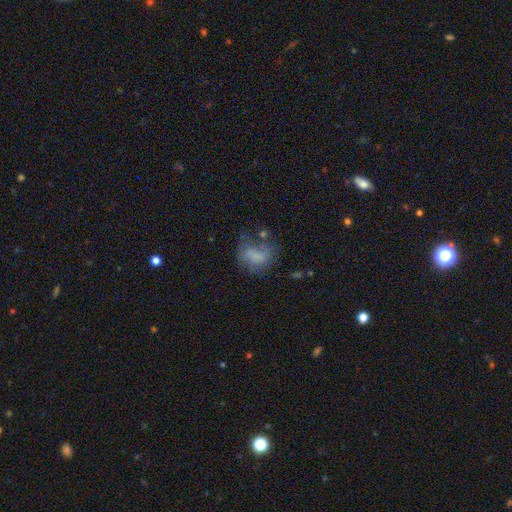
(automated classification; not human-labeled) The model was most divided on "merging": none: 36%, major disturbance: 30%, minor disturbance: 26%, merger: 8%. More confident: how rounded — in between (68%); smooth or featured — smooth (61%).